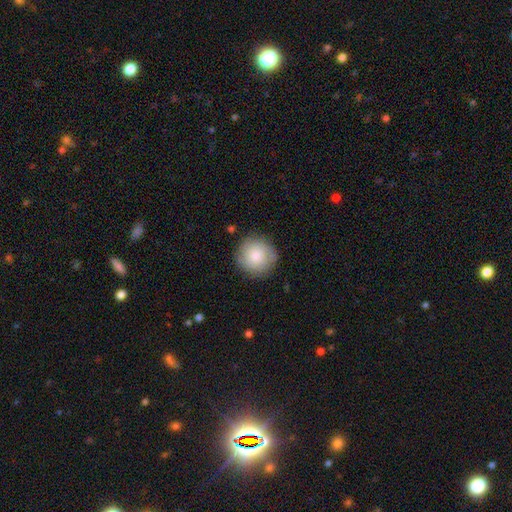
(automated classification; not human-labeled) The model was most divided on "smooth or featured": smooth: 83%, featured or disk: 10%, star or artifact: 6%. More confident: how rounded — round (95%); merging — none (86%).